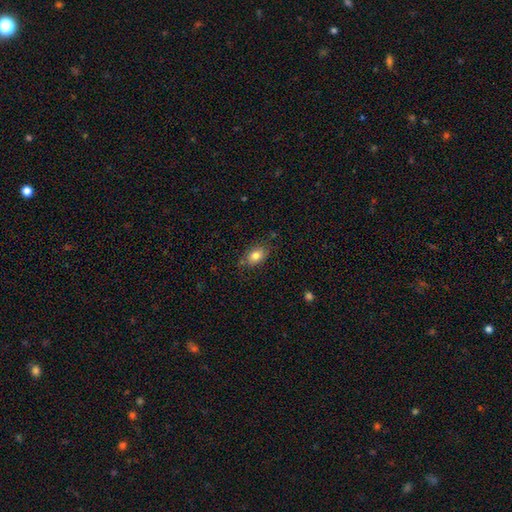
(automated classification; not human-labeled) This is clearly a smooth galaxy (81%). How rounded: likely in between (80%). Merging: likely none (75%).